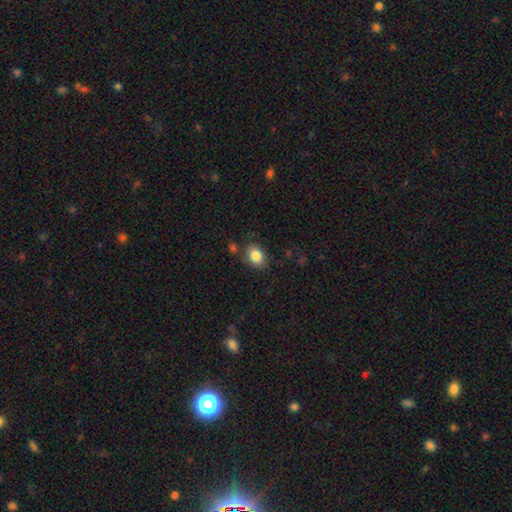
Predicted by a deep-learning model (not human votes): Smooth or featured? smooth (85%)
How rounded? in between (68%)
Merging? none (77%)